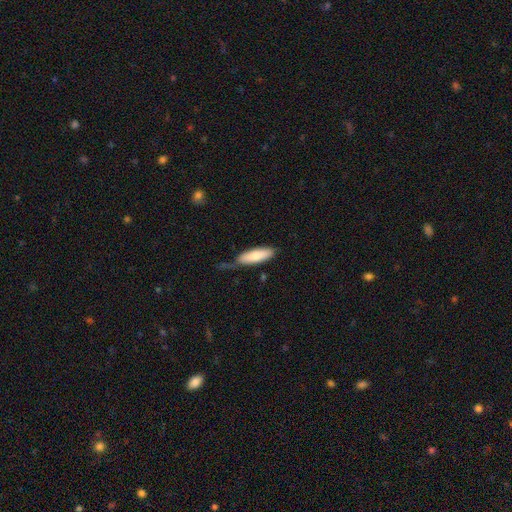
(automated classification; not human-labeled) This is likely a smooth galaxy (79%). How rounded: possibly in between (55%). Merging: possibly none (57%).